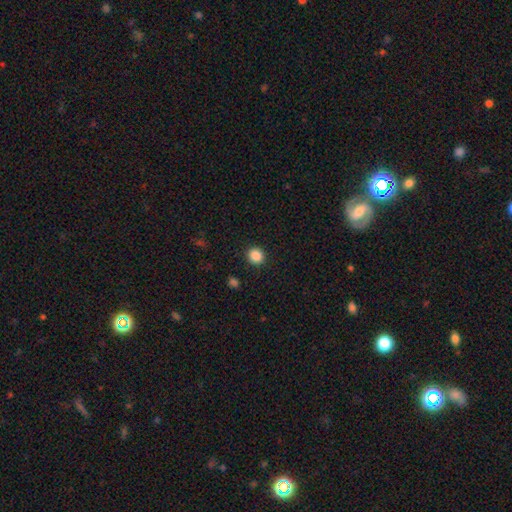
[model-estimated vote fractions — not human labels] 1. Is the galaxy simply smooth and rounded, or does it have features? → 87% smooth, 10% star or artifact, 3% featured or disk.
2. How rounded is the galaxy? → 85% round, 14% in between, 1% cigar-shaped.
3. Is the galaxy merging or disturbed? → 91% none, 6% minor disturbance, 2% major disturbance, 1% merger.